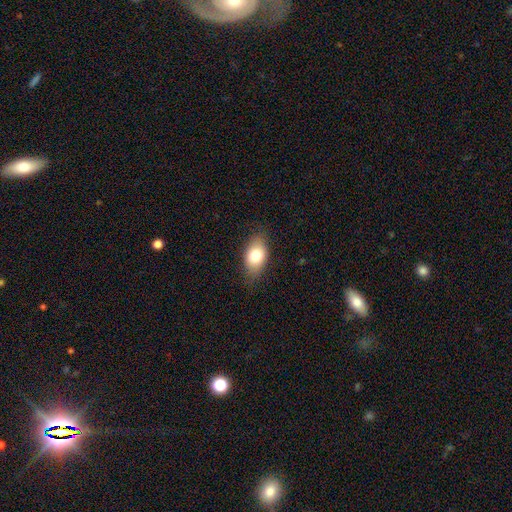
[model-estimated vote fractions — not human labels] Smooth or featured?
  - smooth: 79% *
  - featured or disk: 13%
  - star or artifact: 8%
How rounded?
  - in between: 89% *
  - round: 9%
  - cigar-shaped: 2%
Merging?
  - none: 80% *
  - minor disturbance: 15%
  - major disturbance: 3%
  - merger: 1%